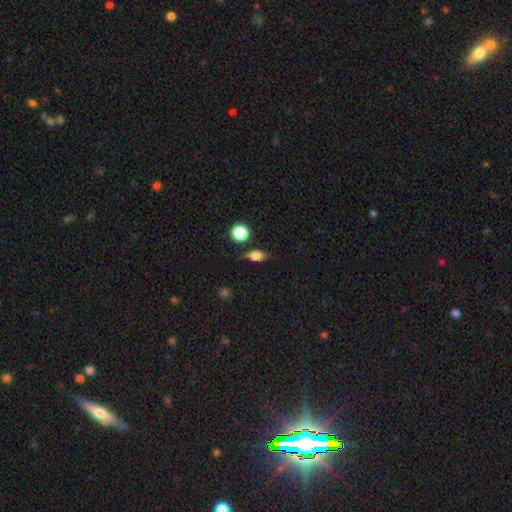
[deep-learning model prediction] Smooth or featured? Predicted: smooth (p=0.67). How rounded? Predicted: in between (p=0.63). Merging? Predicted: none (p=0.73).